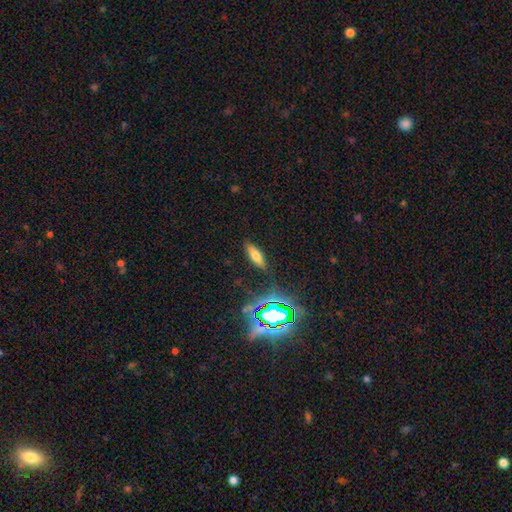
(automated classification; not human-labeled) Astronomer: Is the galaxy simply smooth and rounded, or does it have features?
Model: smooth — 62%.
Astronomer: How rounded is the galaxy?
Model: in between — 59% (runner-up: cigar-shaped, 38%).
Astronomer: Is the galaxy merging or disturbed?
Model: none — 85%.